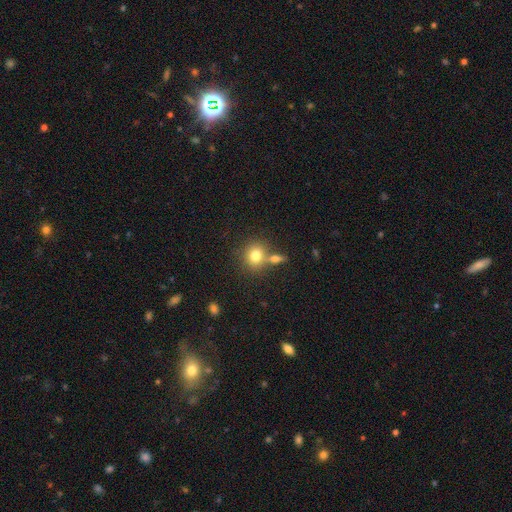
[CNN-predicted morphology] Overall: smooth (78%). How rounded: round (80%). Merging: none (58%; merger 28%).